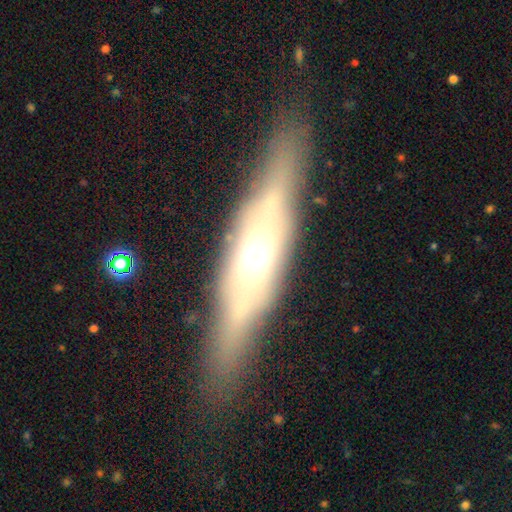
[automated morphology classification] Smooth or featured? featured or disk (69%)
Edge-on disk? yes (83%)
Edge-on bulge? rounded (76%)
Merging? none (81%)